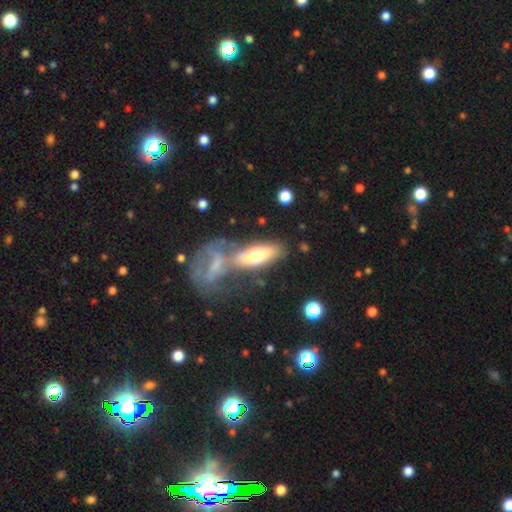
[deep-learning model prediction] Q: Smooth or featured?
A: smooth (60%); runner-up: featured or disk (34%)
Q: How rounded?
A: in between (68%); runner-up: cigar-shaped (29%)
Q: Merging?
A: none (43%); runner-up: merger (34%)